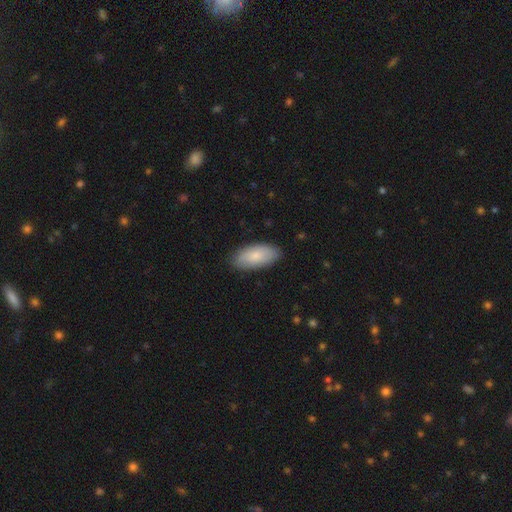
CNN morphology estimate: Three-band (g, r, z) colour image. It shows a smooth galaxy with no disk features (83%) that is in between round and cigar-shaped (92%). Merging: none (86%).